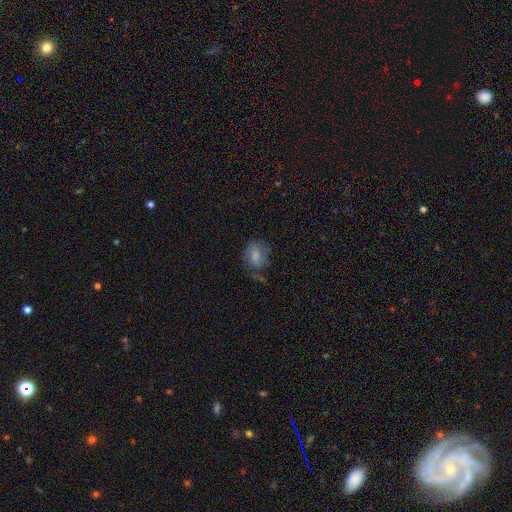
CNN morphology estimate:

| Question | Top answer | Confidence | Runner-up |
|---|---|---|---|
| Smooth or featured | smooth | 63% | featured or disk (27%) |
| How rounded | in between | 59% | round (40%) |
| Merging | none | 50% | minor disturbance (28%) |